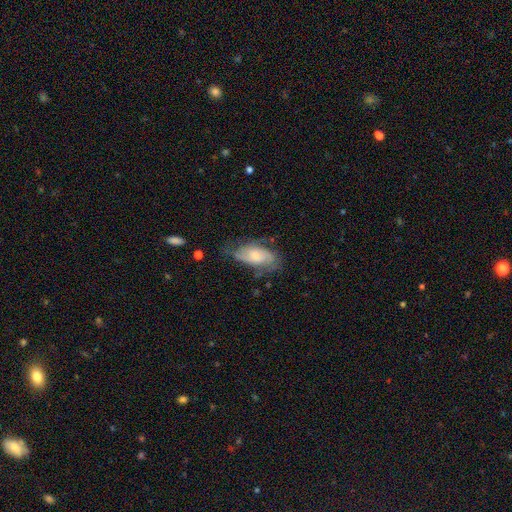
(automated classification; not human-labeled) smooth_or_featured: featured or disk (p=0.53) [alt: smooth p=0.39]
disk_edge_on: no (p=0.92) [alt: yes p=0.08]
merging: none (p=0.48) [alt: minor disturbance p=0.32]